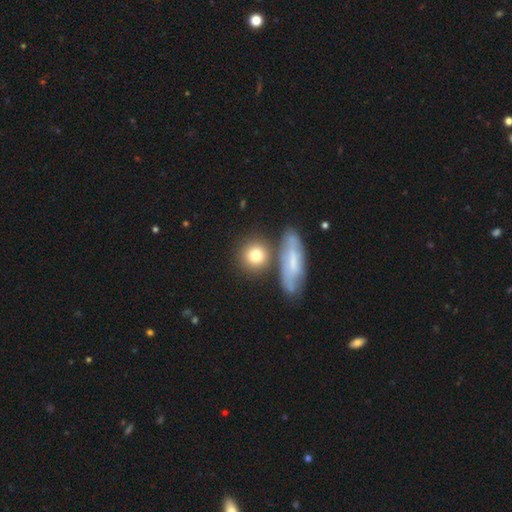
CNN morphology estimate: This is likely a smooth galaxy (76%). How rounded: likely round (76%). Merging: likely none (66%).